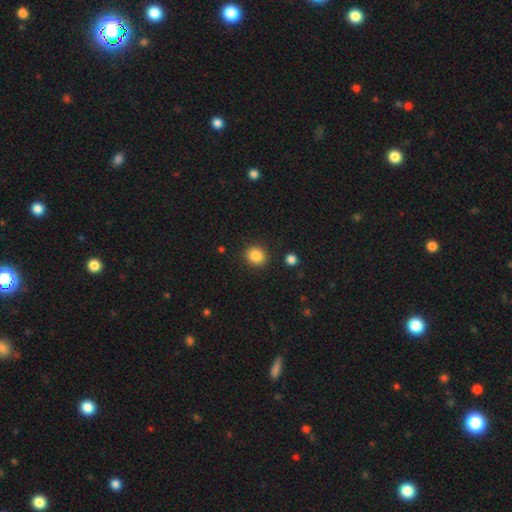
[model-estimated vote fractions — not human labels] A smooth galaxy with no disk features (85%) that is round (79%).

Vote fractions:
- Smooth or featured? smooth: 85% / star or artifact: 10% / featured or disk: 5%
- How rounded? round: 79% / in between: 20% / cigar-shaped: 1%
- Merging? none: 89% / minor disturbance: 7% / major disturbance: 2% / merger: 2%